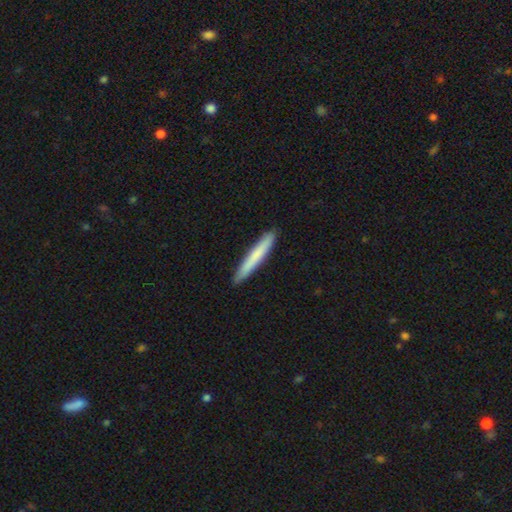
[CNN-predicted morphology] smooth_or_featured: smooth (p=0.73) [alt: featured or disk p=0.21]
how_rounded: cigar-shaped (p=0.96) [alt: in between p=0.03]
merging: none (p=0.91) [alt: minor disturbance p=0.07]